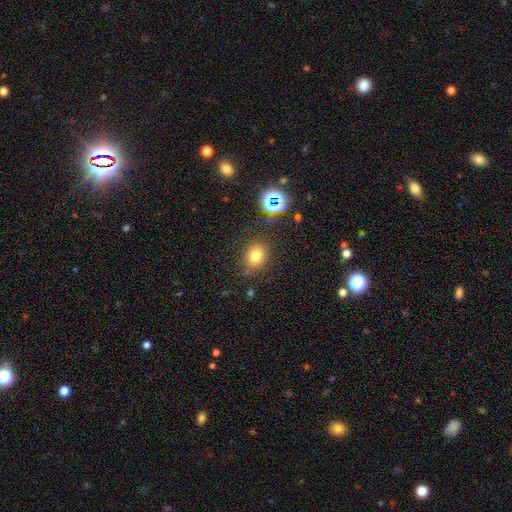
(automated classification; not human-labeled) The model was most divided on "how rounded": round: 70%, in between: 29%, cigar-shaped: 1%. More confident: merging — none (81%); smooth or featured — smooth (74%).